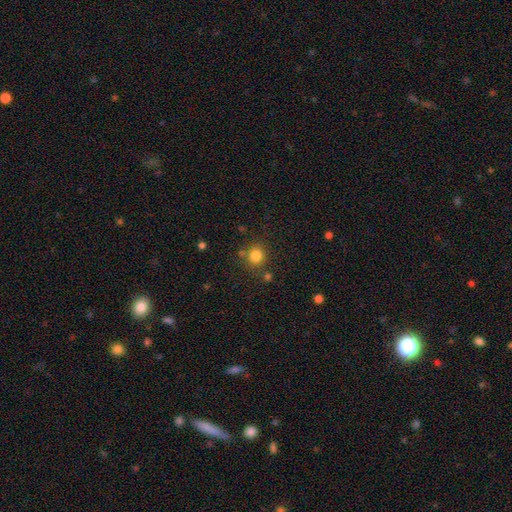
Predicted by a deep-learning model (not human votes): smooth_or_featured: smooth (p=0.81) [alt: star or artifact p=0.13]
how_rounded: round (p=0.88) [alt: in between p=0.11]
merging: none (p=0.77) [alt: minor disturbance p=0.10]